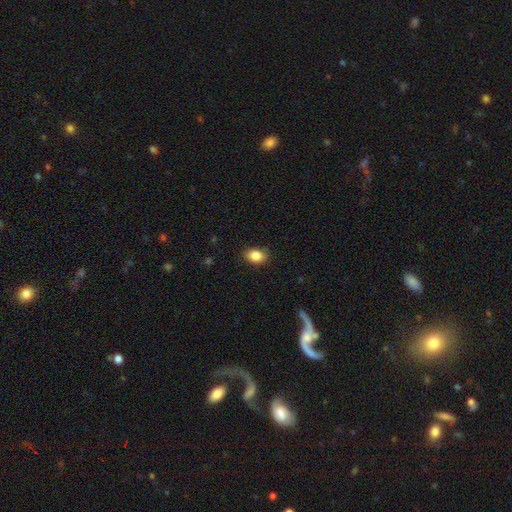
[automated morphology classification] The model was most divided on "how rounded": in between: 79%, round: 20%, cigar-shaped: 1%. More confident: smooth or featured — smooth (87%); merging — none (85%).